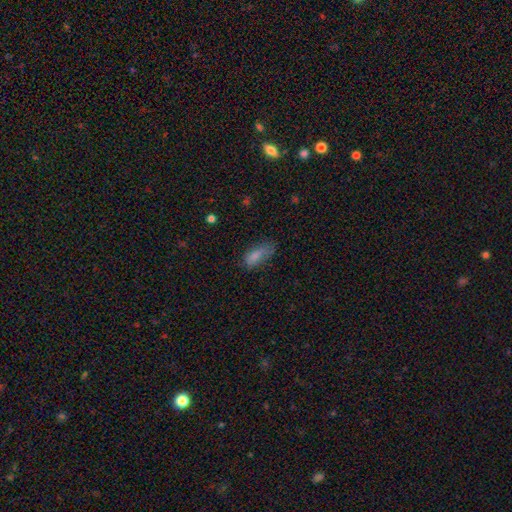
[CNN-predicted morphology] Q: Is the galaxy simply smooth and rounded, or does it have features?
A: smooth — 80%.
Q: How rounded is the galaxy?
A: in between — 77%.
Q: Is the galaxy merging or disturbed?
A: none — 52%.